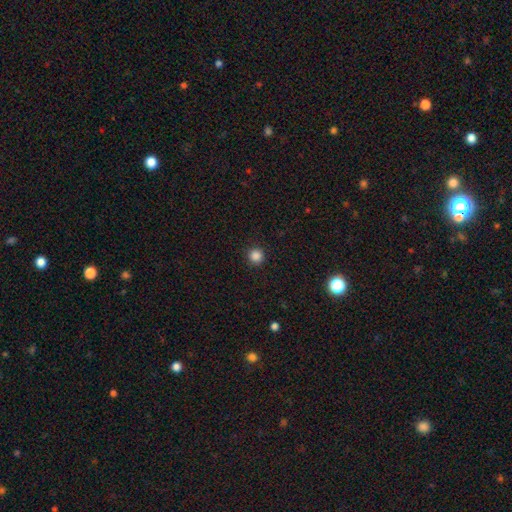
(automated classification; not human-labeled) smooth_or_featured: smooth (p=0.86) [alt: star or artifact p=0.12]
how_rounded: round (p=0.95) [alt: in between p=0.04]
merging: none (p=0.92) [alt: minor disturbance p=0.05]